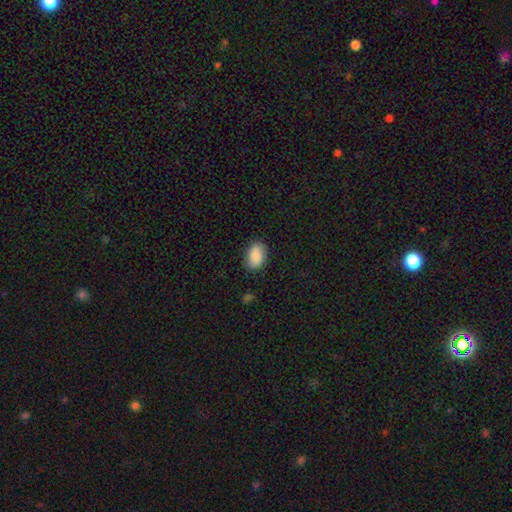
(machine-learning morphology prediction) smooth 88%, star or artifact 7%, featured or disk 6%. Down the decision tree: how rounded — in between (88%); merging — none (85%).